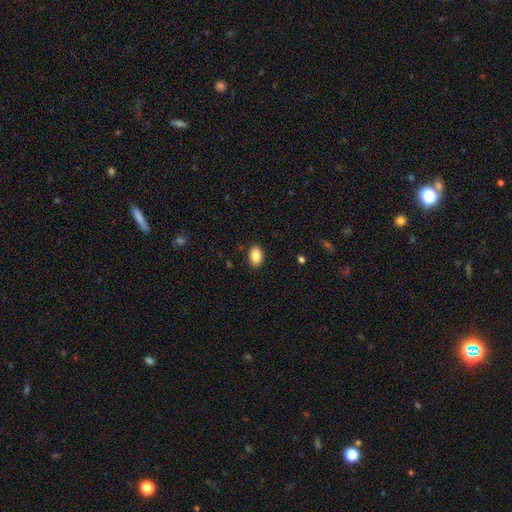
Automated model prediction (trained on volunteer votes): A smooth galaxy with no disk features (87%) that is in between round and cigar-shaped (87%). Merging: none (89%).